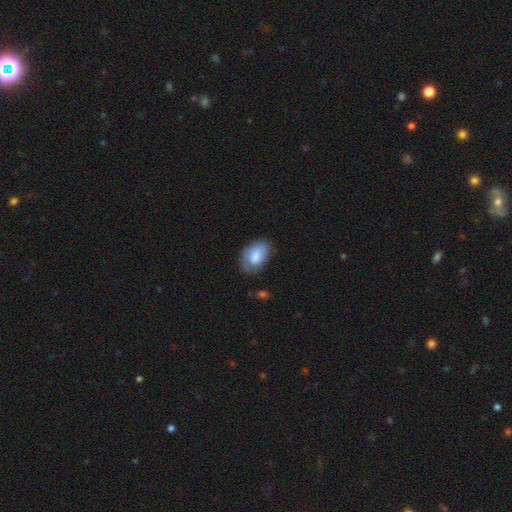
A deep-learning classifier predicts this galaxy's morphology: smooth_or_featured: smooth (p=0.73) [alt: featured or disk p=0.20]
how_rounded: in between (p=0.90) [alt: round p=0.09]
merging: none (p=0.64) [alt: minor disturbance p=0.26]